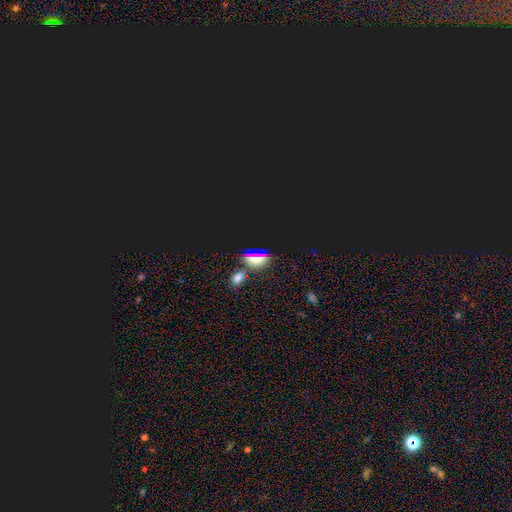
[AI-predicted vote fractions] This is possibly a star or artifact rather than a galaxy (57%).